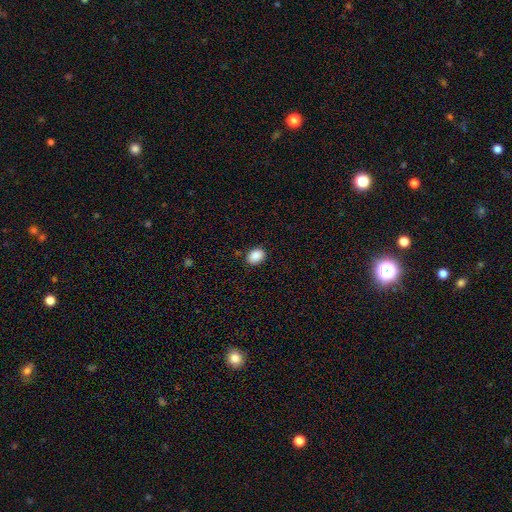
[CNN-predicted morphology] type=smooth (89%); roundness=in between (66%); merging=none (87%).